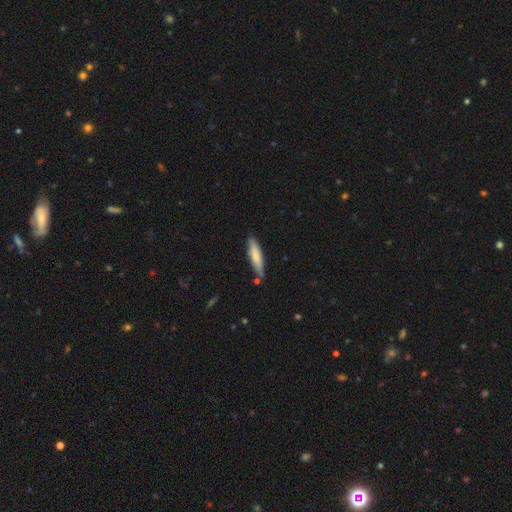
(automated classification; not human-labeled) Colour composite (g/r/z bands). It shows a smooth galaxy with no disk features (75%) that is cigar-shaped (78%). Merging: none (78%).